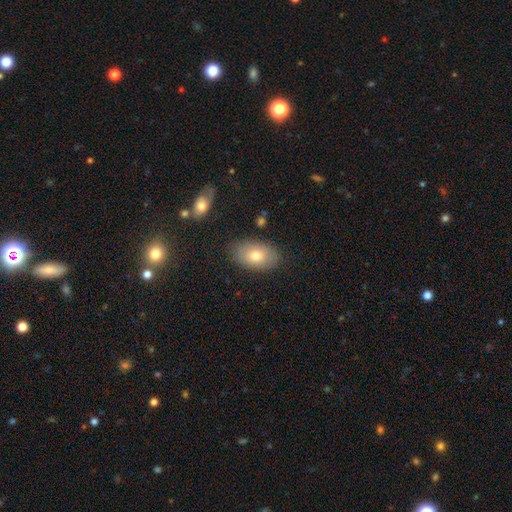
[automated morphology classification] smooth_or_featured: smooth (p=0.76) [alt: featured or disk p=0.16]
how_rounded: in between (p=0.91) [alt: round p=0.08]
merging: none (p=0.84) [alt: minor disturbance p=0.11]